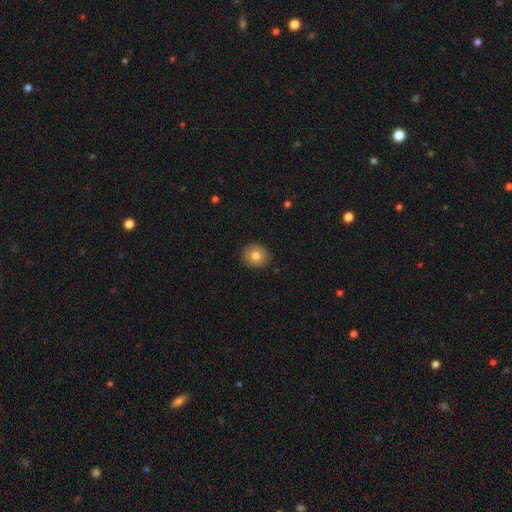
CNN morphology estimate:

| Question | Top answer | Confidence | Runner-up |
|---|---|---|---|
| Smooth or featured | smooth | 80% | featured or disk (11%) |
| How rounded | round | 81% | in between (18%) |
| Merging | none | 90% | minor disturbance (7%) |